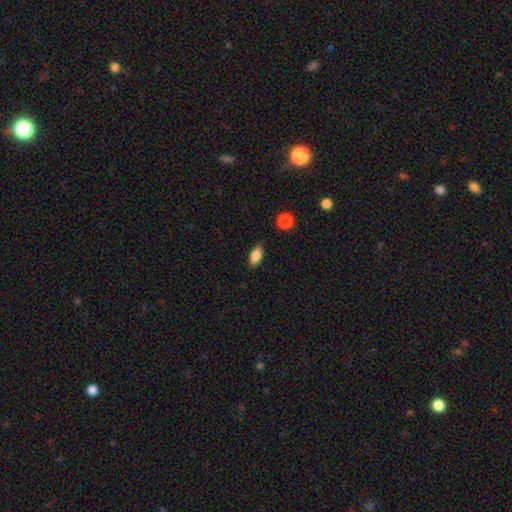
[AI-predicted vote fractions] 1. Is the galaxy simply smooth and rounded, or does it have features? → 81% smooth, 11% featured or disk, 8% star or artifact.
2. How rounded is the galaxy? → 85% in between, 10% cigar-shaped, 5% round.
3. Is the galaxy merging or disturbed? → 84% none, 12% minor disturbance, 3% major disturbance, 2% merger.